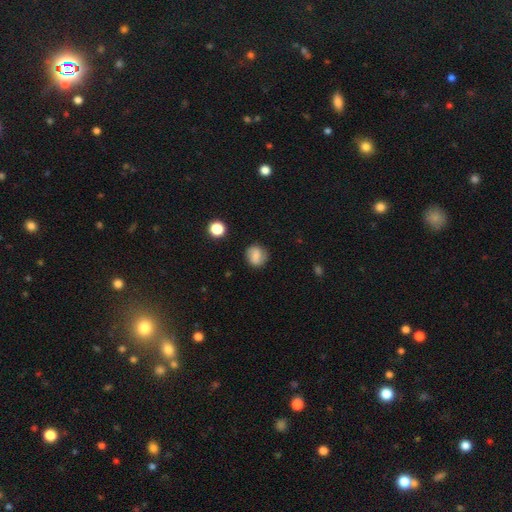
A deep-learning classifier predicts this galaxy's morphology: type=smooth (64%); roundness=round (79%); merging=none (80%).